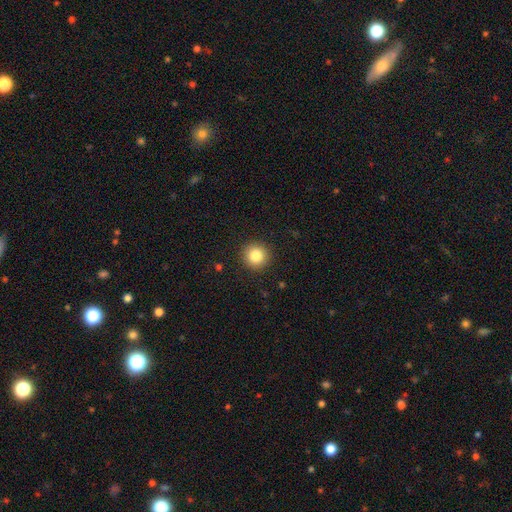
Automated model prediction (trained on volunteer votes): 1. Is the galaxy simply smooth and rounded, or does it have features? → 84% smooth, 10% star or artifact, 6% featured or disk.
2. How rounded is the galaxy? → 94% round, 5% in between, 1% cigar-shaped.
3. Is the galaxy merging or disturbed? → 91% none, 6% minor disturbance, 2% major disturbance, 1% merger.